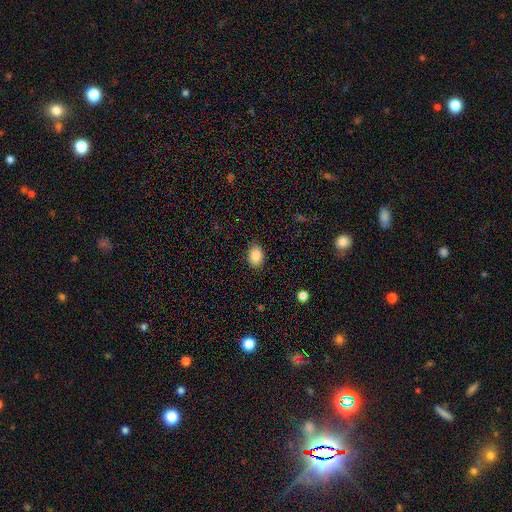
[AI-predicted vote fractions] Smooth or featured?
  - smooth: 88% *
  - star or artifact: 8%
  - featured or disk: 4%
How rounded?
  - in between: 82% *
  - round: 17%
  - cigar-shaped: 1%
Merging?
  - none: 84% *
  - minor disturbance: 13%
  - major disturbance: 3%
  - merger: 1%